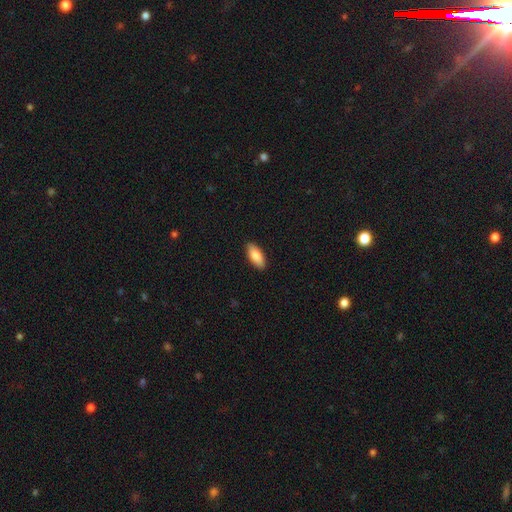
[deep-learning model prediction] A smooth galaxy with no disk features (85%) that is in between round and cigar-shaped (84%). Merging: none (90%).